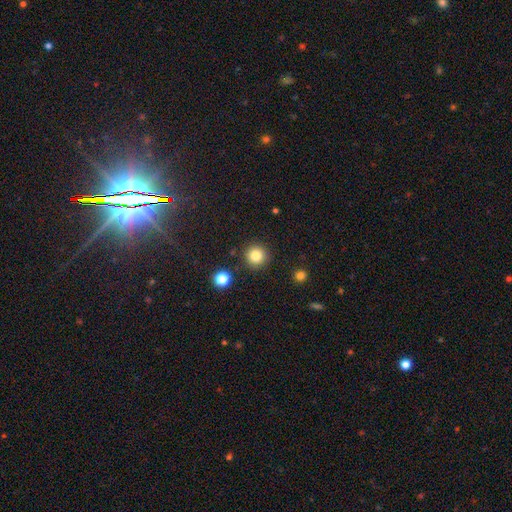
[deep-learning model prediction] This appears to be a smooth galaxy with no disk features (83%) that is round (95%). Merging: none (89%).